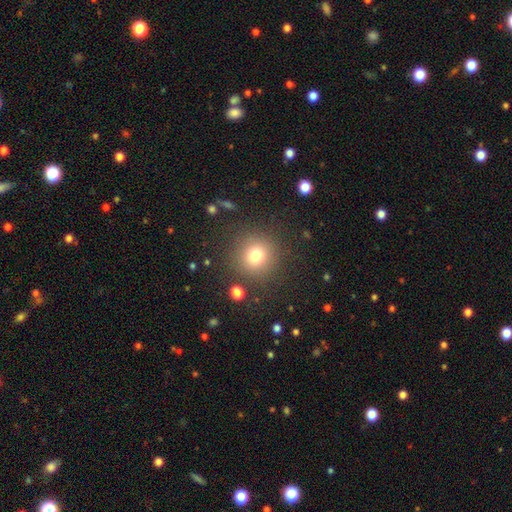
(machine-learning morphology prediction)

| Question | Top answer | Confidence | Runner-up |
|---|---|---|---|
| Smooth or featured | smooth | 76% | star or artifact (15%) |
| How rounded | round | 92% | in between (7%) |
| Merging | none | 86% | minor disturbance (8%) |